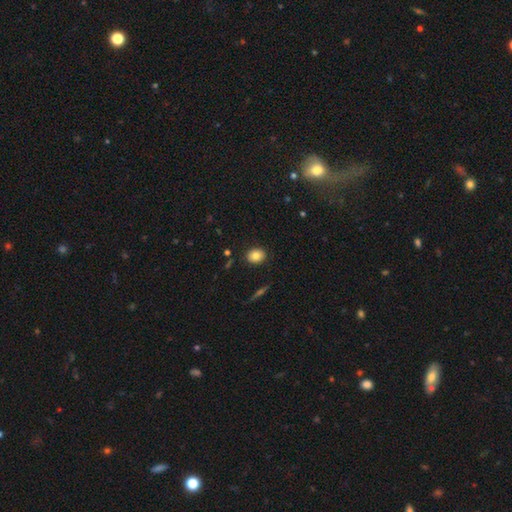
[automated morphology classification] This appears to be a smooth galaxy with no disk features (81%) that is in between round and cigar-shaped (52%). Merging: none (88%).